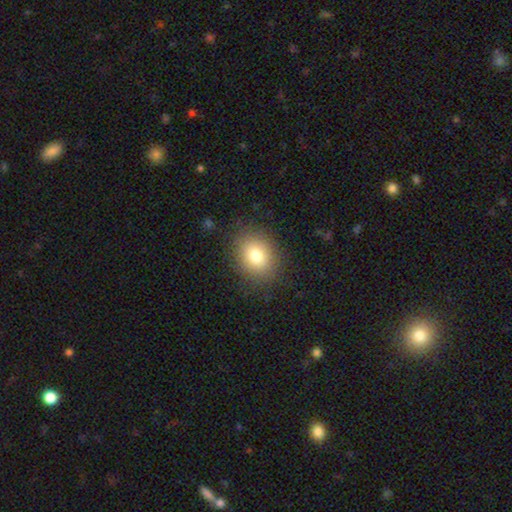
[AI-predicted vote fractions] Smooth or featured? smooth (79%)
How rounded? round (59%)
Merging? none (86%)